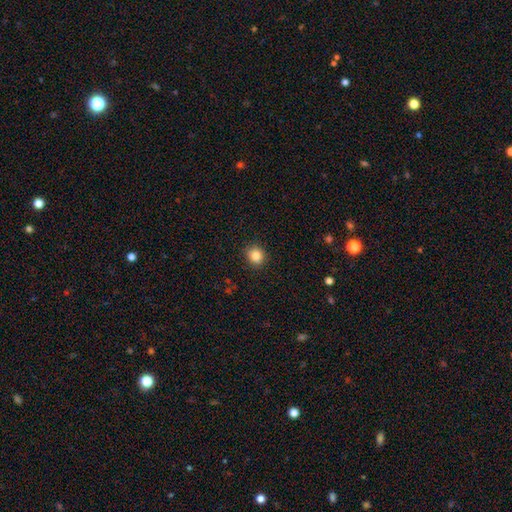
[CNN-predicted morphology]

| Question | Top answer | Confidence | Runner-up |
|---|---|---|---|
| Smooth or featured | smooth | 85% | star or artifact (10%) |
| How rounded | round | 78% | in between (21%) |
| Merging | none | 89% | minor disturbance (7%) |